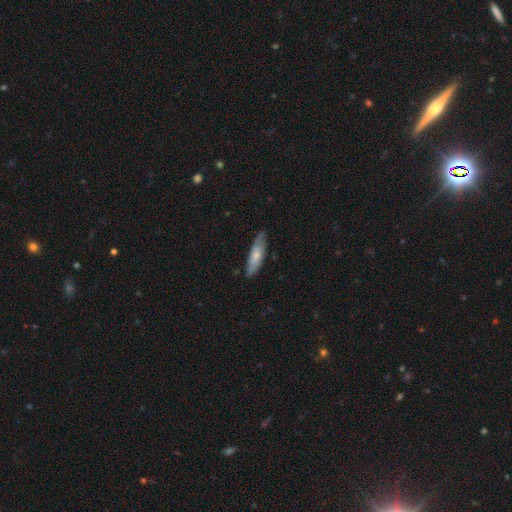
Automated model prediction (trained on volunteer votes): Morphology: type=smooth (53%); roundness=cigar-shaped (64%); merging=none (77%).